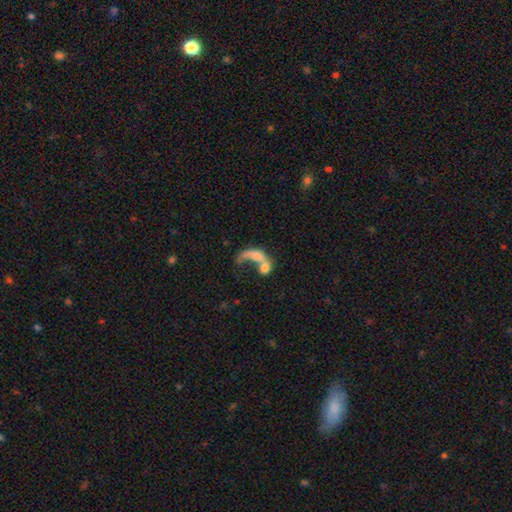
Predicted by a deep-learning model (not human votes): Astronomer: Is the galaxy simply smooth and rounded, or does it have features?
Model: smooth — 49% (runner-up: featured or disk, 41%).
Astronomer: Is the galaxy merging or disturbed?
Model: merger — 59%.